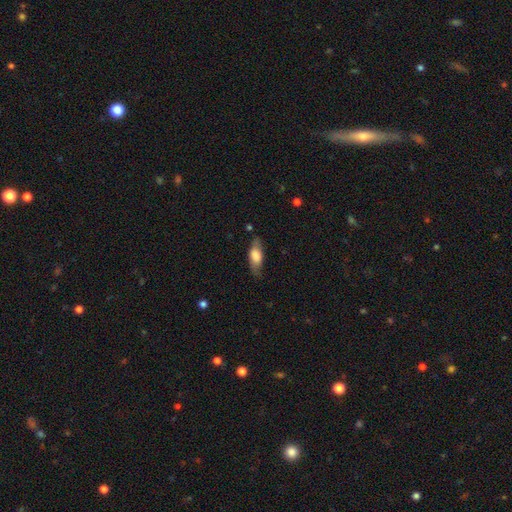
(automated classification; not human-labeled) This appears to be a smooth galaxy with no disk features (64%) that is in between round and cigar-shaped (68%). Merging: none (75%).